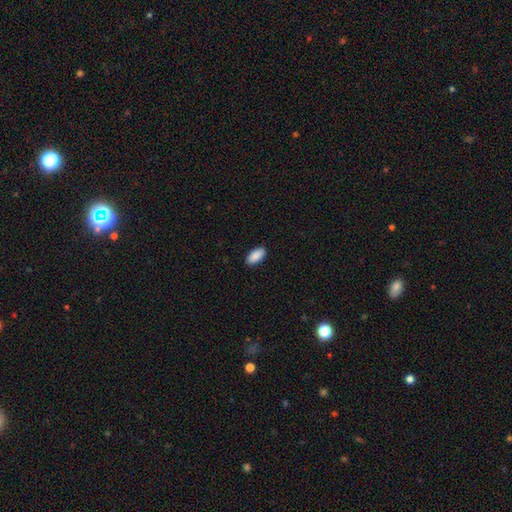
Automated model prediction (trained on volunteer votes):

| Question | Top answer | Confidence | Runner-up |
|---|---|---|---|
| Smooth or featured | smooth | 90% | star or artifact (6%) |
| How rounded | in between | 94% | cigar-shaped (3%) |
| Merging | none | 90% | minor disturbance (7%) |